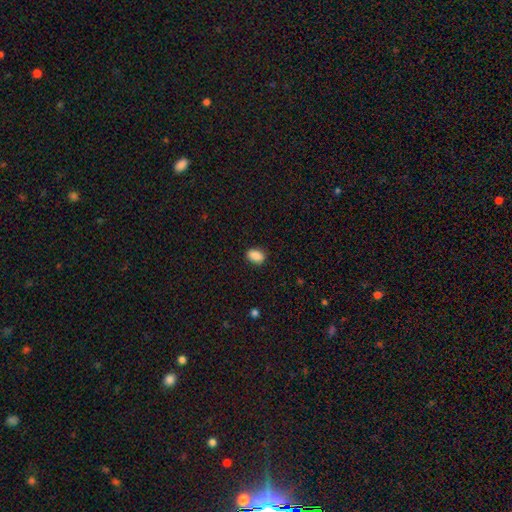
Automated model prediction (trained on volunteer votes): Q: Smooth or featured?
A: smooth (89%); runner-up: star or artifact (8%)
Q: How rounded?
A: in between (83%); runner-up: round (16%)
Q: Merging?
A: none (87%); runner-up: minor disturbance (10%)